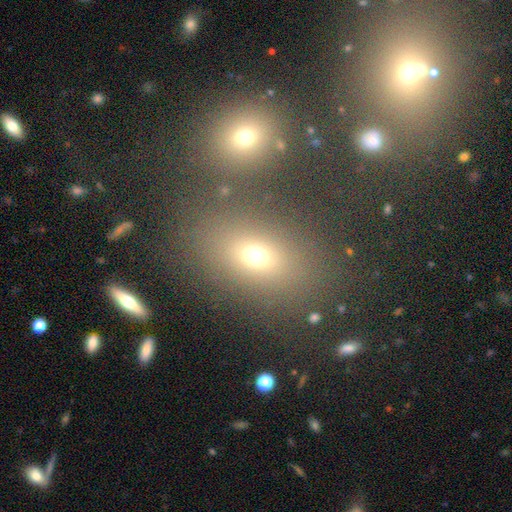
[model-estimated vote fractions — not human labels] A smooth galaxy with no disk features (64%) that is in between round and cigar-shaped (65%). Merging: none (74%).